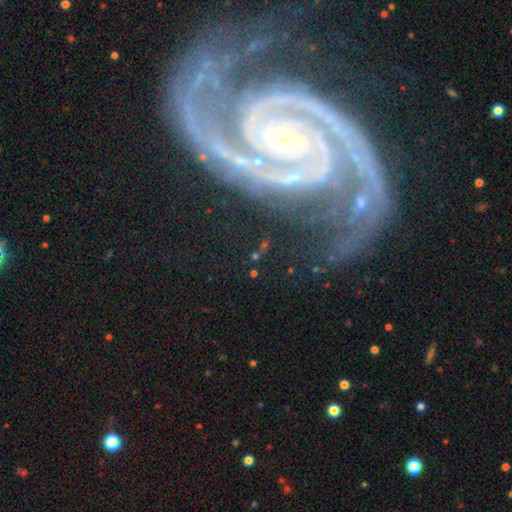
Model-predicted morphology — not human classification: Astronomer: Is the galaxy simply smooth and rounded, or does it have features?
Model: featured or disk — 63%.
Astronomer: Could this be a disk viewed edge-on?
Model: no — 89%.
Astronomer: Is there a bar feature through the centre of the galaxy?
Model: no — 36% (runner-up: strong, 34%).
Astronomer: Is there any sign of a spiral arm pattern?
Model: yes — 87%.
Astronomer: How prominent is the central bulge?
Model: small — 55% (runner-up: moderate, 31%).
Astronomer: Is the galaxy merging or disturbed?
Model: none — 65%.